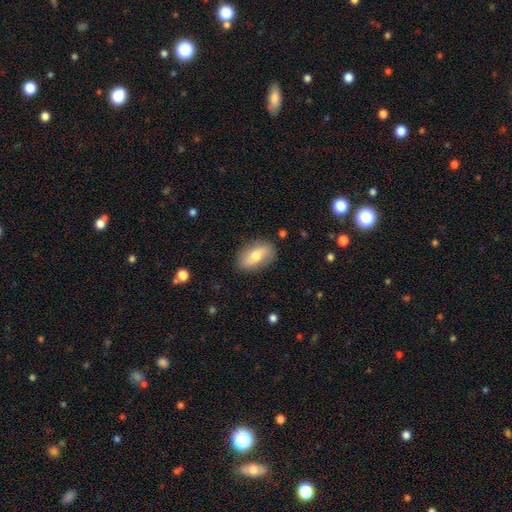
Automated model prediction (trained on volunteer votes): Smooth or featured?
  - smooth: 61% *
  - featured or disk: 32%
  - star or artifact: 6%
How rounded?
  - in between: 88% *
  - round: 8%
  - cigar-shaped: 4%
Merging?
  - none: 84% *
  - minor disturbance: 12%
  - major disturbance: 3%
  - merger: 1%